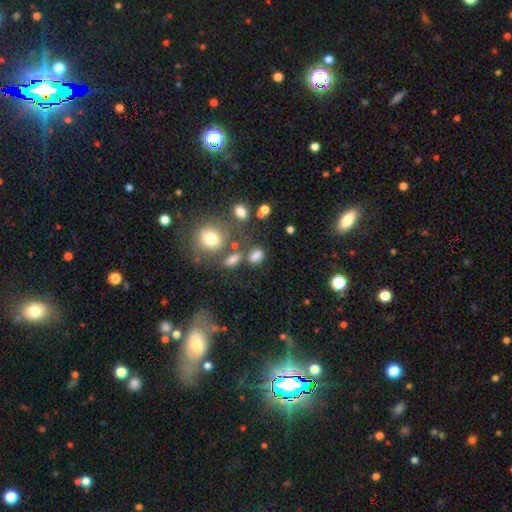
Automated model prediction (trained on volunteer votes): Smooth or featured: smooth — 77% (star or artifact — 14%)
How rounded: in between — 65% (round — 33%)
Merging: none — 57% (merger — 18%)